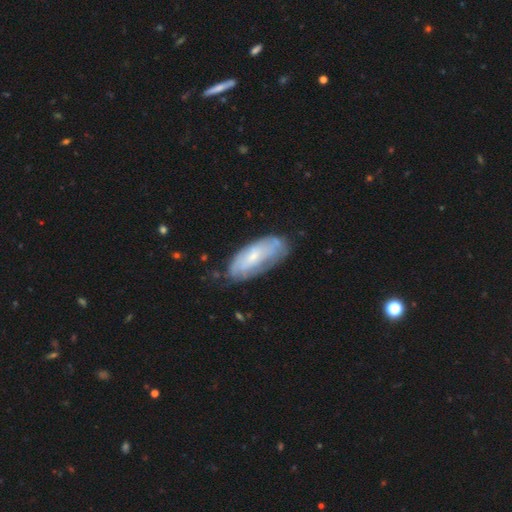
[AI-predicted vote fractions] Smooth or featured? featured or disk (48%)
Merging? none (67%)